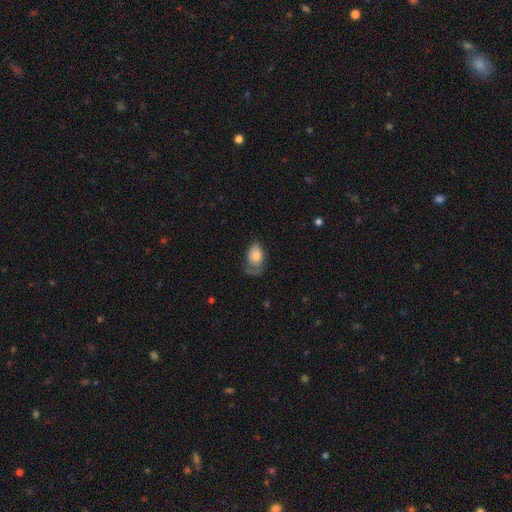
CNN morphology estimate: Smooth or featured?
  - smooth: 71% *
  - featured or disk: 22%
  - star or artifact: 7%
How rounded?
  - in between: 89% *
  - round: 10%
  - cigar-shaped: 2%
Merging?
  - none: 36% *
  - minor disturbance: 34%
  - major disturbance: 27%
  - merger: 4%